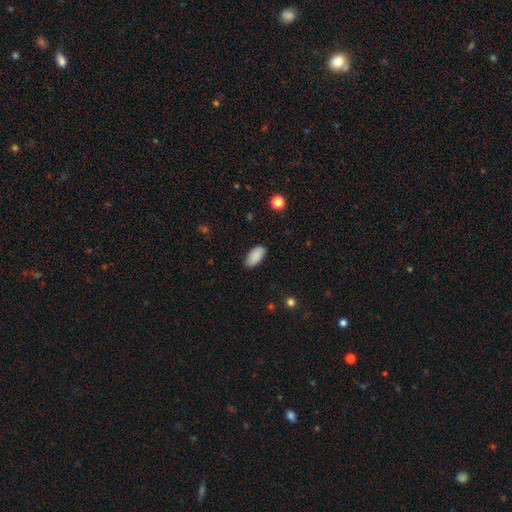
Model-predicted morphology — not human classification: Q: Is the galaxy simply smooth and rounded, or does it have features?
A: smooth — 89%.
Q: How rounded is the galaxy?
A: in between — 94%.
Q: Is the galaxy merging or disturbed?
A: none — 82%.